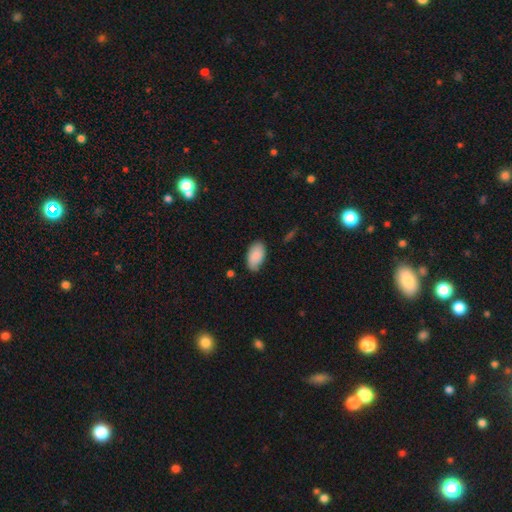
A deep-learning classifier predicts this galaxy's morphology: Smooth or featured: smooth — 87% (featured or disk — 7%)
How rounded: in between — 95% (round — 4%)
Merging: none — 75% (minor disturbance — 20%)